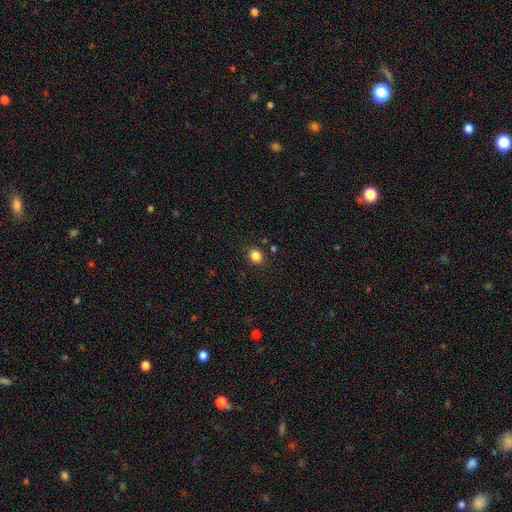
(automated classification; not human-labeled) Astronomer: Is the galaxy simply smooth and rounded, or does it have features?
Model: smooth — 85%.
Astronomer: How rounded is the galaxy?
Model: round — 62% (runner-up: in between, 37%).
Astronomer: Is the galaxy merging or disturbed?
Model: none — 85%.